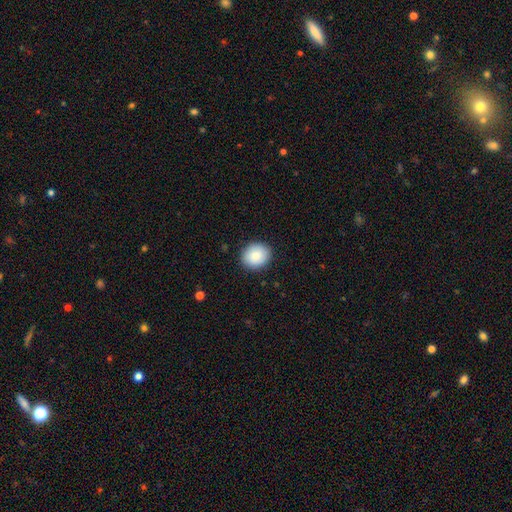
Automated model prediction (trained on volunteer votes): Smooth or featured? Predicted: smooth (p=0.88). How rounded? Predicted: round (p=0.66). Merging? Predicted: none (p=0.89).